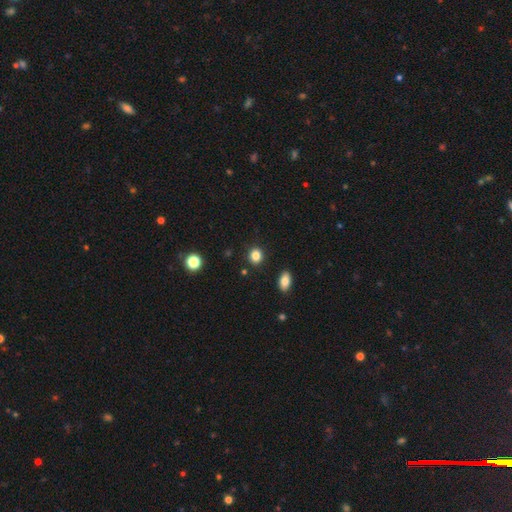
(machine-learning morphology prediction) Overall: smooth (85%). How rounded: round (75%). Merging: none (89%).